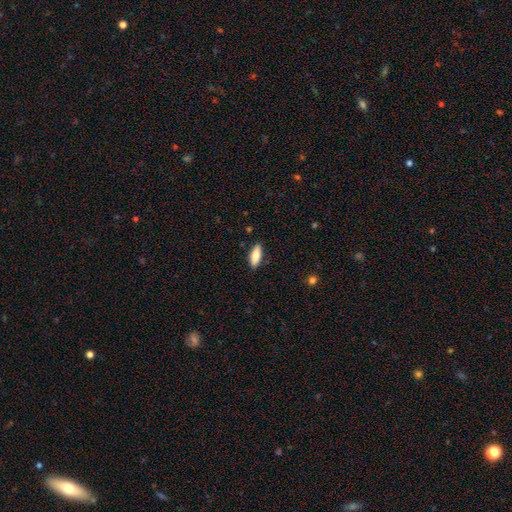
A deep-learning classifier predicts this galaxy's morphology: Overall: smooth (82%). How rounded: in between (71%). Merging: none (88%).